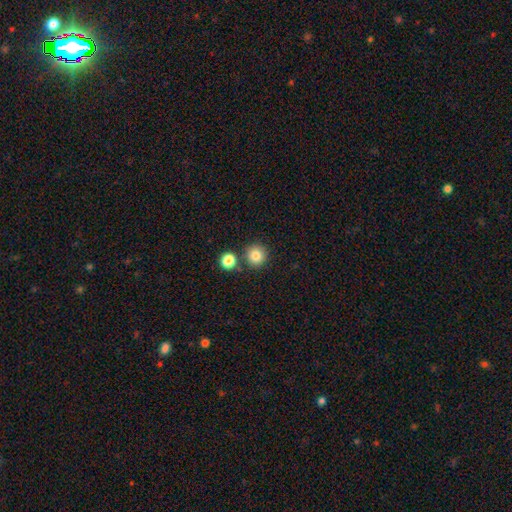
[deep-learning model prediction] Smooth or featured?
  - smooth: 84% *
  - star or artifact: 11%
  - featured or disk: 6%
How rounded?
  - round: 94% *
  - in between: 5%
  - cigar-shaped: 1%
Merging?
  - none: 81% *
  - merger: 10%
  - minor disturbance: 7%
  - major disturbance: 2%